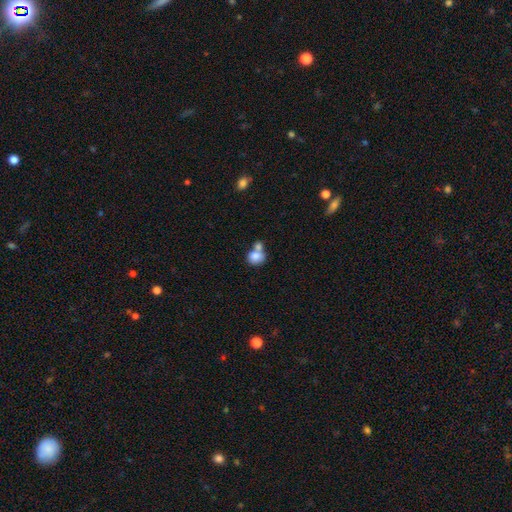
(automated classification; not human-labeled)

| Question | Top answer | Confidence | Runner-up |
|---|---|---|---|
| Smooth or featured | smooth | 80% | featured or disk (12%) |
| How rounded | round | 66% | in between (32%) |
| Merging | merger | 52% | none (34%) |